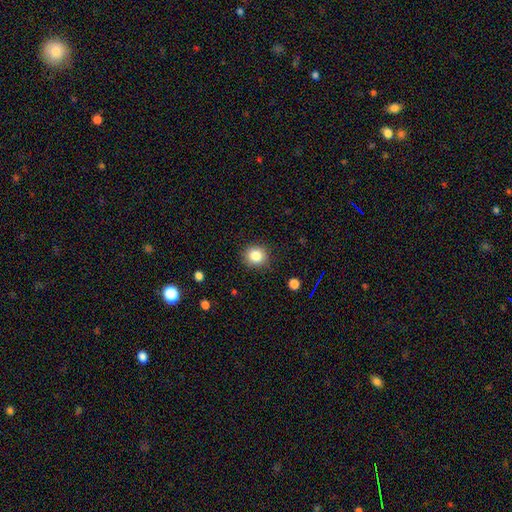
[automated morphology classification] smooth-or-featured: smooth: 84% | star or artifact: 10% | featured or disk: 5%
  how-rounded: round: 86% | in between: 13% | cigar-shaped: 1%
  merging: none: 86% | minor disturbance: 10% | major disturbance: 3% | merger: 1%